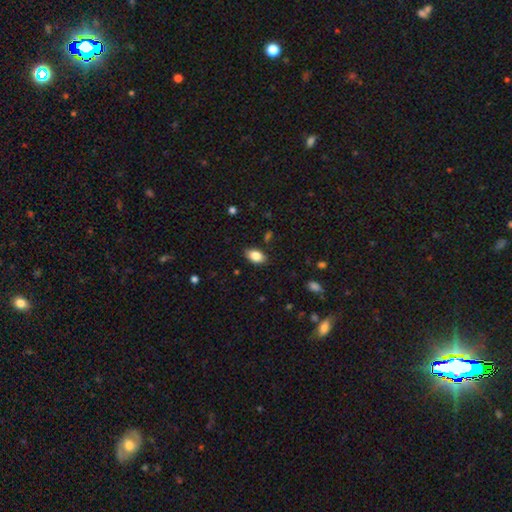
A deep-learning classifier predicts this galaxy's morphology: Q: Smooth or featured?
A: smooth (85%); runner-up: star or artifact (8%)
Q: How rounded?
A: in between (91%); runner-up: round (7%)
Q: Merging?
A: none (87%); runner-up: minor disturbance (10%)